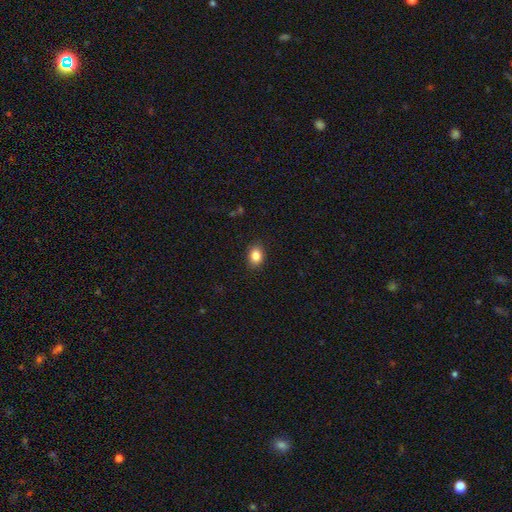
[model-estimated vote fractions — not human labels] Morphology: type=smooth (85%); roundness=in between (65%); merging=none (88%).